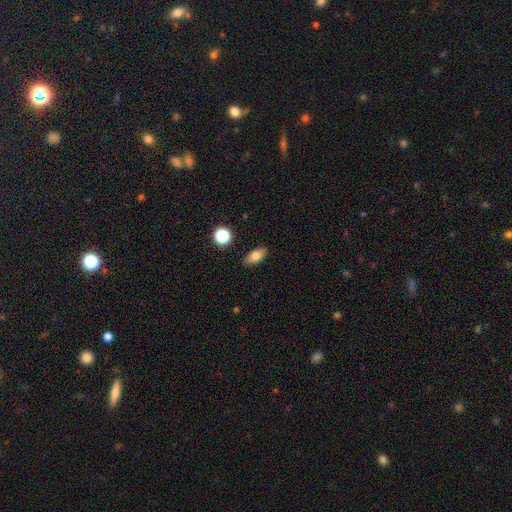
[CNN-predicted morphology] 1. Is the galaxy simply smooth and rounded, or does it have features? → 77% smooth, 13% featured or disk, 10% star or artifact.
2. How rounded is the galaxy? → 85% in between, 8% cigar-shaped, 7% round.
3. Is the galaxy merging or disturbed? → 88% none, 9% minor disturbance, 2% major disturbance, 1% merger.